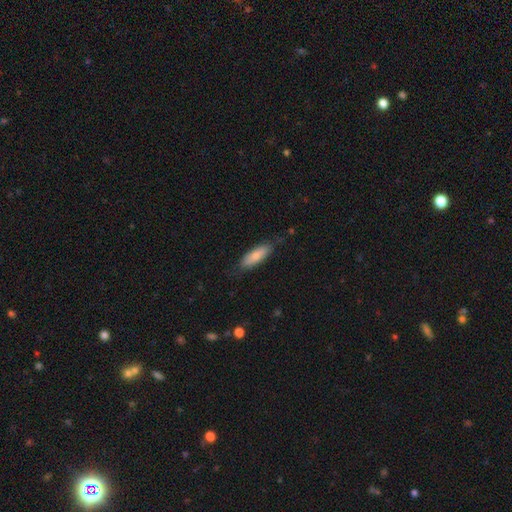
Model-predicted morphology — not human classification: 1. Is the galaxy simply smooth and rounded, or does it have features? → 80% smooth, 15% featured or disk, 6% star or artifact.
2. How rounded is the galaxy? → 58% in between, 40% cigar-shaped, 2% round.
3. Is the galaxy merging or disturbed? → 77% none, 18% minor disturbance, 4% major disturbance, 1% merger.